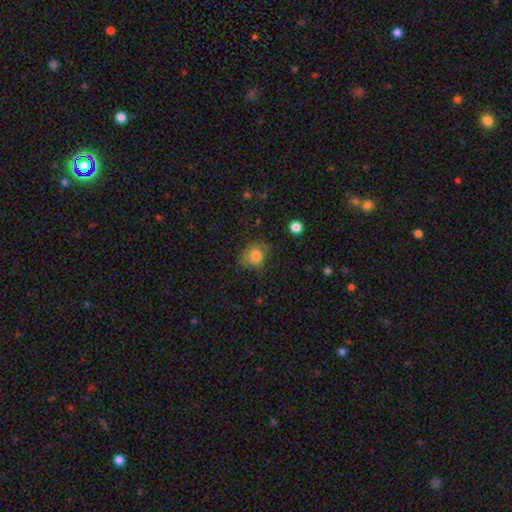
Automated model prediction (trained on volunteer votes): Morphology: type=smooth (78%); roundness=round (53%); merging=none (55%).